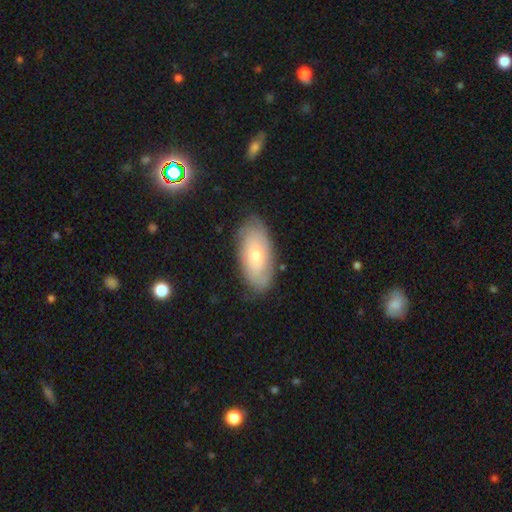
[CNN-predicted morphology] Smooth or featured? Predicted: smooth (p=0.48). Merging? Predicted: none (p=0.80).